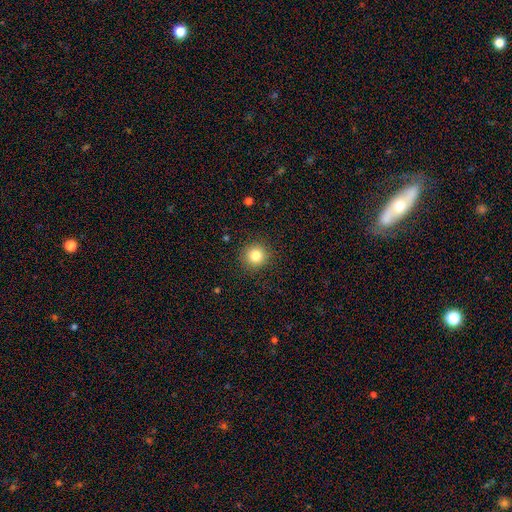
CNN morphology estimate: Smooth or featured: smooth — 83% (star or artifact — 11%)
How rounded: round — 94% (in between — 5%)
Merging: none — 90% (minor disturbance — 6%)